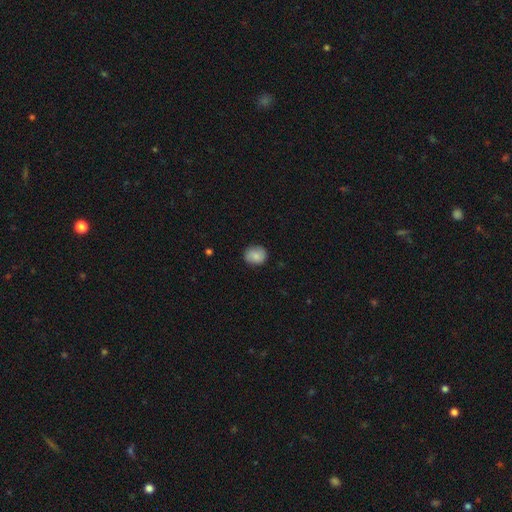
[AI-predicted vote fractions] smooth 84%, featured or disk 9%, star or artifact 8%. Down the decision tree: how rounded — round (72%); merging — none (85%).